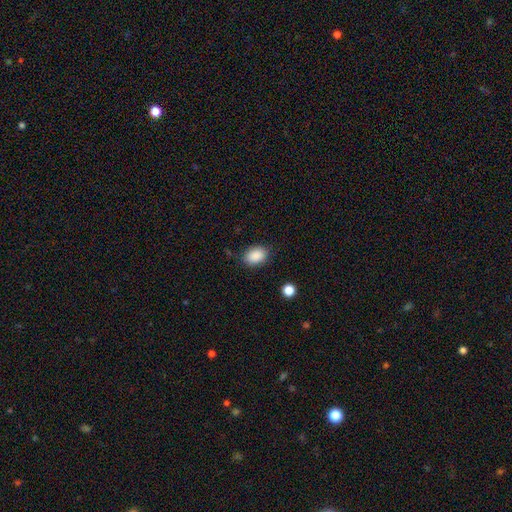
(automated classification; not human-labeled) A smooth galaxy with no disk features (89%) that is in between round and cigar-shaped (80%).

Vote fractions:
- Smooth or featured? smooth: 89% / star or artifact: 8% / featured or disk: 3%
- How rounded? in between: 80% / round: 19% / cigar-shaped: 1%
- Merging? none: 83% / minor disturbance: 12% / major disturbance: 3% / merger: 2%